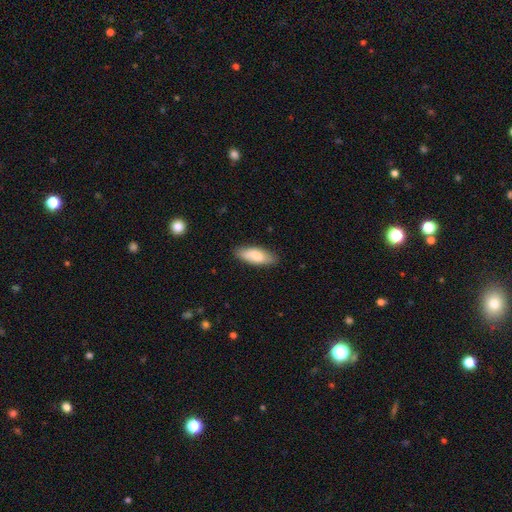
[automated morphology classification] This appears to be a smooth galaxy with no disk features (78%) that is in between round and cigar-shaped (72%). Merging: none (85%).